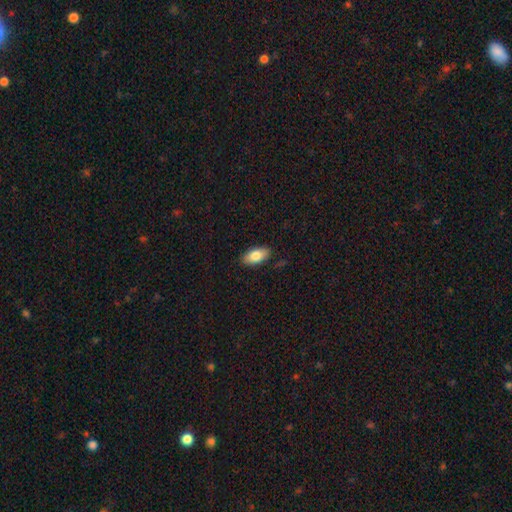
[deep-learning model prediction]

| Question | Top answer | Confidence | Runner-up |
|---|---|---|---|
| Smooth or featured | smooth | 80% | featured or disk (13%) |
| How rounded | in between | 91% | cigar-shaped (6%) |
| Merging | none | 87% | minor disturbance (9%) |